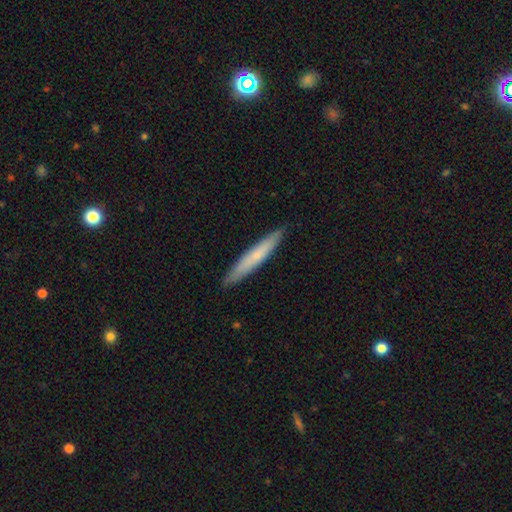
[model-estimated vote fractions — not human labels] Smooth or featured: smooth — 62% (featured or disk — 33%)
How rounded: cigar-shaped — 95% (in between — 4%)
Merging: none — 91% (minor disturbance — 7%)